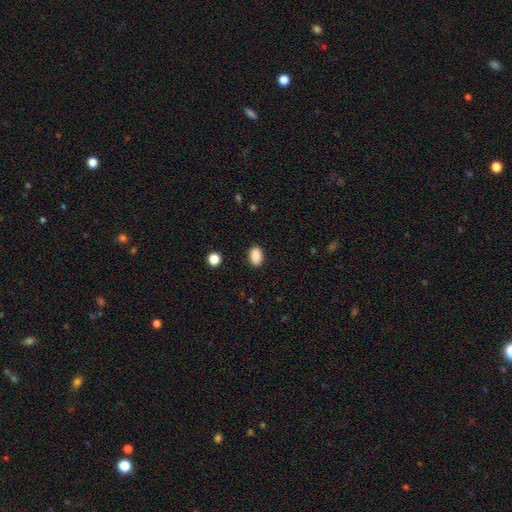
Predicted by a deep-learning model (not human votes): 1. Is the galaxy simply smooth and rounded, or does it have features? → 89% smooth, 8% star or artifact, 3% featured or disk.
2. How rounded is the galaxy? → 85% in between, 14% round, 1% cigar-shaped.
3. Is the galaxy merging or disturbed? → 88% none, 8% minor disturbance, 2% major disturbance, 1% merger.